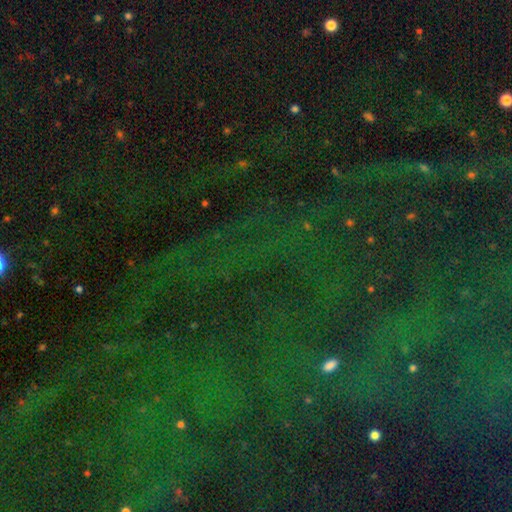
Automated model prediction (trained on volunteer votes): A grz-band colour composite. It shows a star or artifact, not a galaxy (80%).